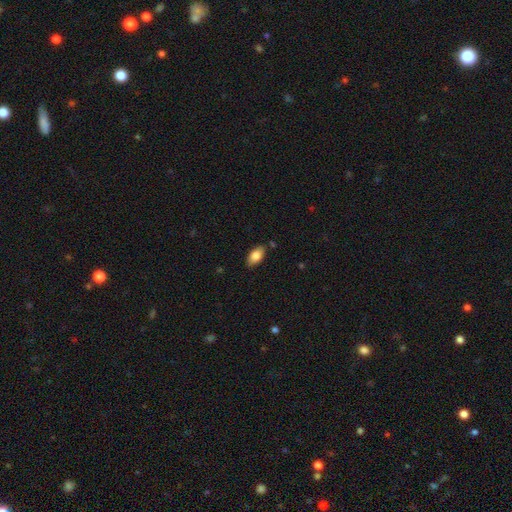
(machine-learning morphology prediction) This is clearly a smooth galaxy (82%). How rounded: clearly in between (92%). Merging: clearly none (82%).